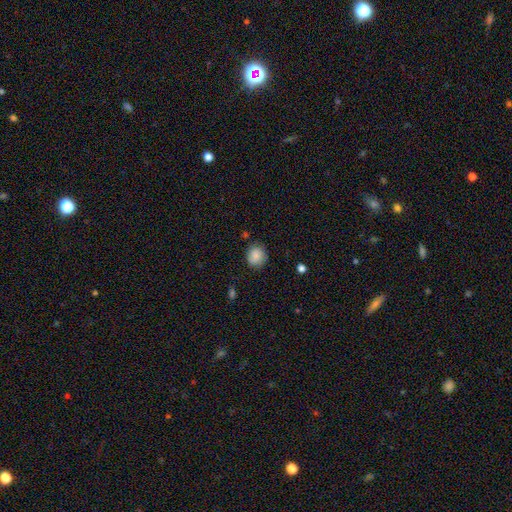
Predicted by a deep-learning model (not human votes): This appears to be a smooth galaxy with no disk features (85%) that is round (82%). Merging: none (79%).